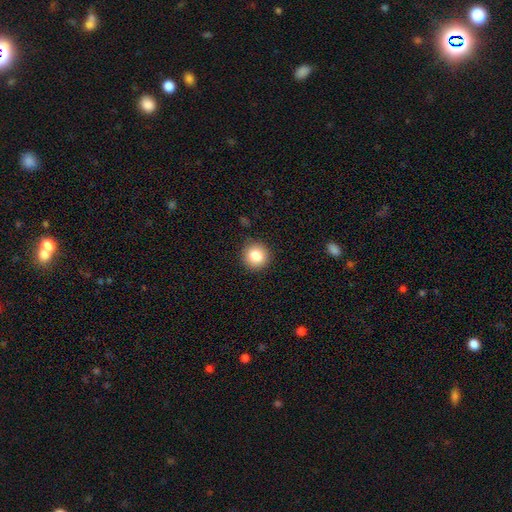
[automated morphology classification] Q: Smooth or featured?
A: smooth (85%); runner-up: star or artifact (9%)
Q: How rounded?
A: round (93%); runner-up: in between (6%)
Q: Merging?
A: none (90%); runner-up: minor disturbance (7%)